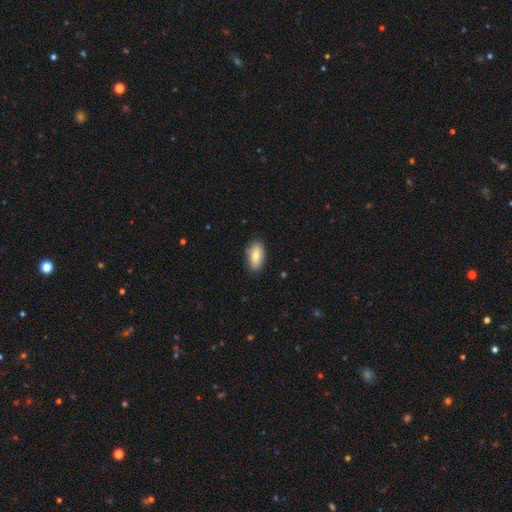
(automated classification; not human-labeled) smooth_or_featured: smooth (p=0.76) [alt: featured or disk p=0.17]
how_rounded: in between (p=0.91) [alt: cigar-shaped p=0.05]
merging: none (p=0.85) [alt: minor disturbance p=0.12]